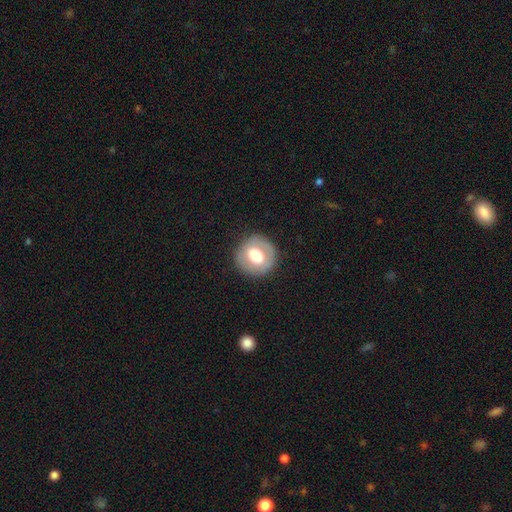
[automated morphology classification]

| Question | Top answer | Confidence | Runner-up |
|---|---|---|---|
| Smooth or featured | smooth | 57% | featured or disk (36%) |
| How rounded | round | 87% | in between (12%) |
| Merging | none | 84% | minor disturbance (11%) |